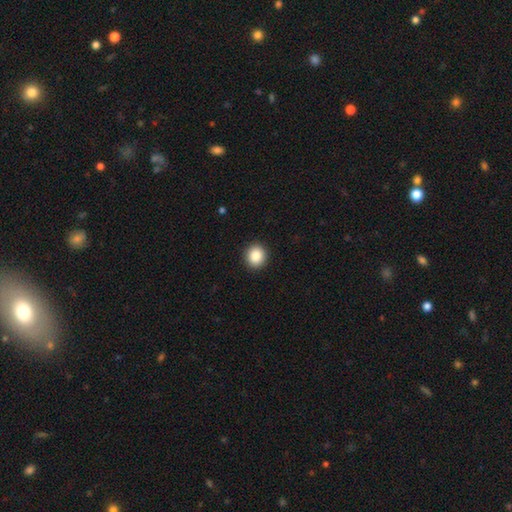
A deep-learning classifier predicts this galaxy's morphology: Overall: smooth (86%). How rounded: round (86%). Merging: none (92%).